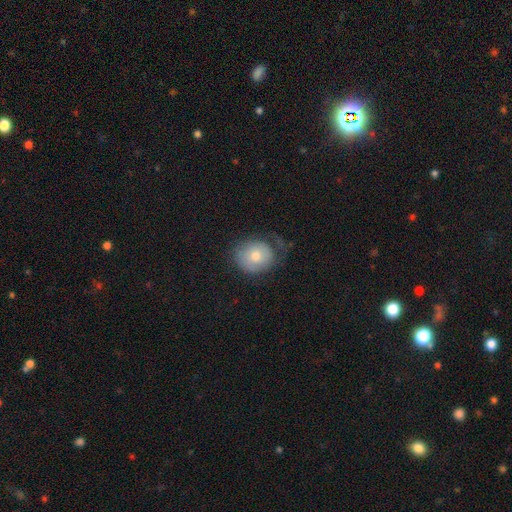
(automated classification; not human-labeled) smooth_or_featured: smooth (p=0.63) [alt: featured or disk p=0.28]
how_rounded: round (p=0.72) [alt: in between p=0.28]
merging: none (p=0.52) [alt: minor disturbance p=0.26]